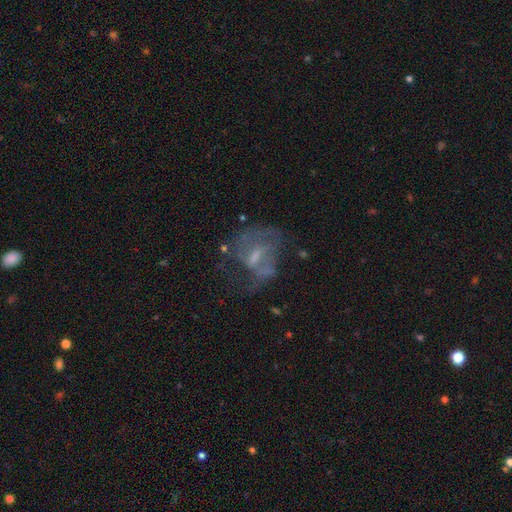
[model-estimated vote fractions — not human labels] Morphology: type=featured or disk (67%); edge-on=no (96%); bar=weak (50%); spiral arms=yes (58%); bulge=small (40%); merging=none (41%).